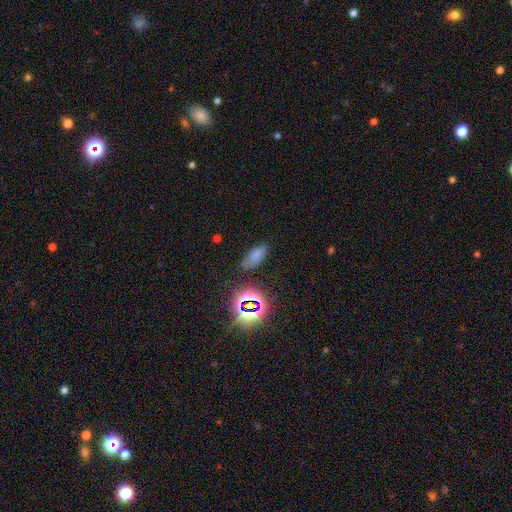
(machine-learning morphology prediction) A smooth galaxy with no disk features (69%) that is in between round and cigar-shaped (83%). Merging: none (74%).